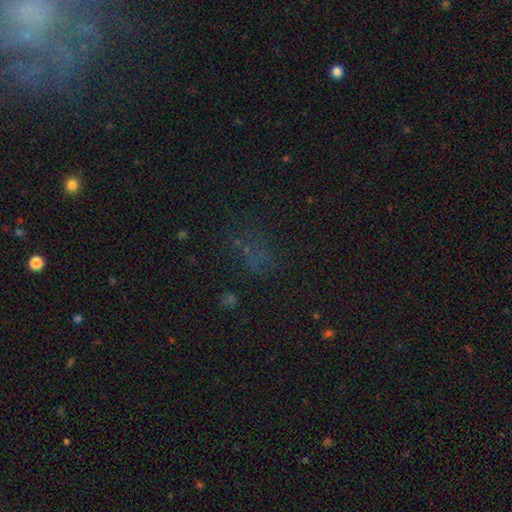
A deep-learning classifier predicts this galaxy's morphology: type=star or artifact (47%).